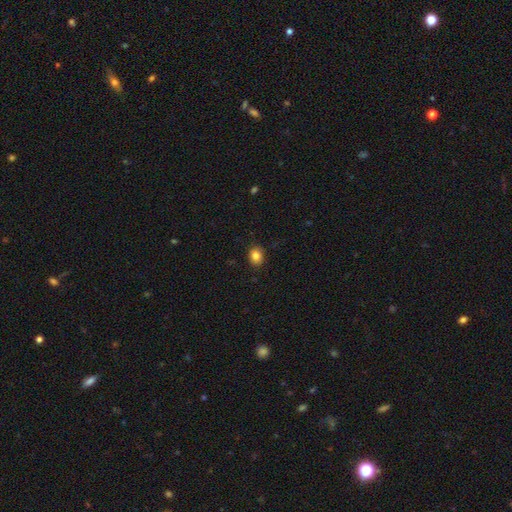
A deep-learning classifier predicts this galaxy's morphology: smooth_or_featured: smooth (p=0.85) [alt: star or artifact p=0.10]
how_rounded: round (p=0.58) [alt: in between p=0.41]
merging: none (p=0.88) [alt: minor disturbance p=0.09]